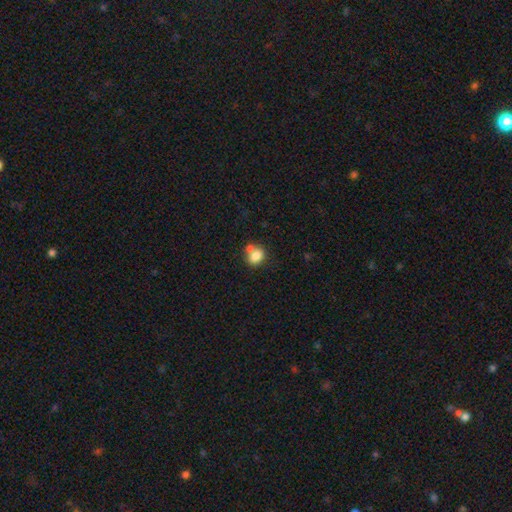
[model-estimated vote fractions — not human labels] A smooth galaxy with no disk features (80%) that is in between round and cigar-shaped (55%). Merging: none (52%).